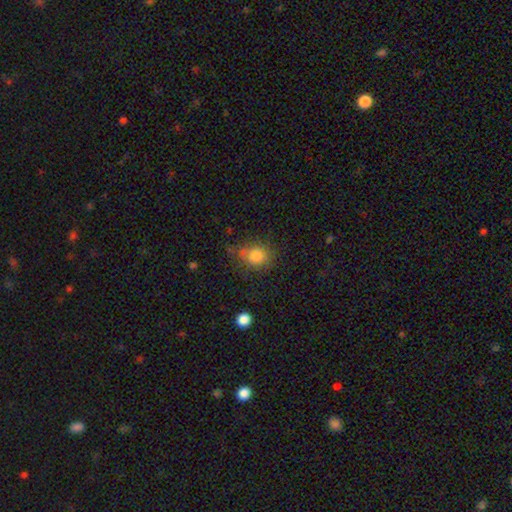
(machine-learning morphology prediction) smooth-or-featured: smooth: 81% | star or artifact: 11% | featured or disk: 8%
  how-rounded: round: 69% | in between: 30% | cigar-shaped: 1%
  merging: none: 63% | minor disturbance: 24% | major disturbance: 9% | merger: 5%